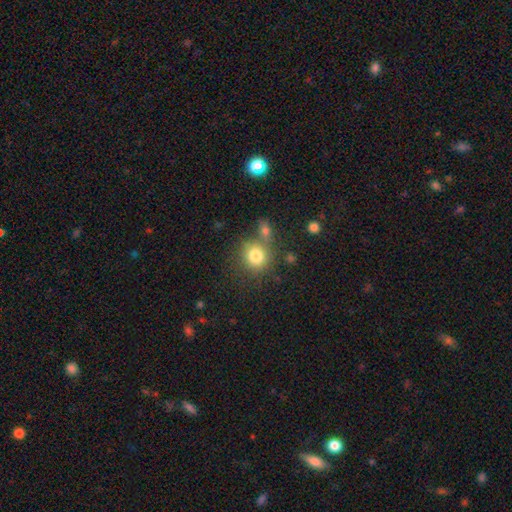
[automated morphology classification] Smooth or featured? Predicted: smooth (p=0.80). How rounded? Predicted: round (p=0.85). Merging? Predicted: none (p=0.64).